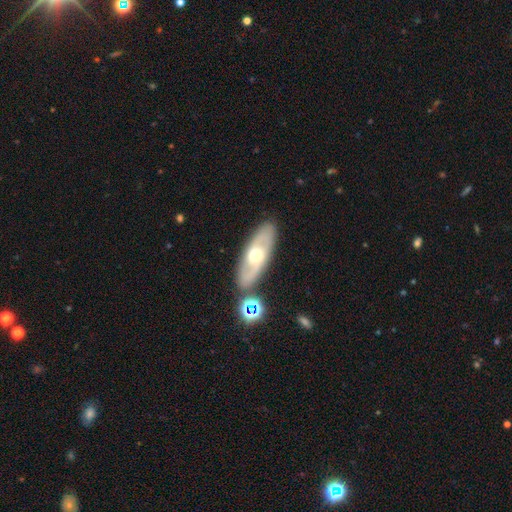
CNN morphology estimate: Smooth or featured? featured or disk (63%)
Edge-on disk? no (77%)
Merging? none (83%)